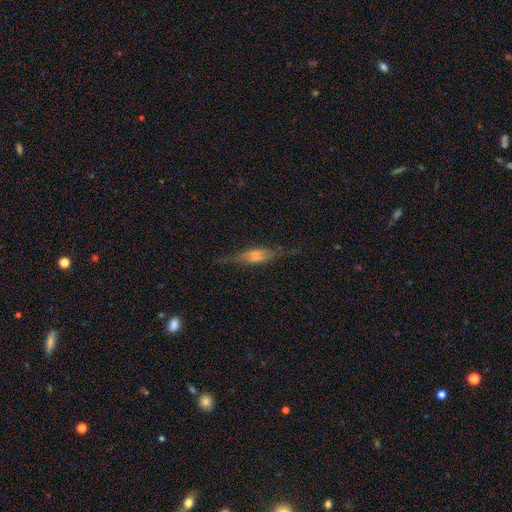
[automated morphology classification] This appears to be a featured or disk galaxy (54%) viewed edge-on (89%). Merging: none (70%).